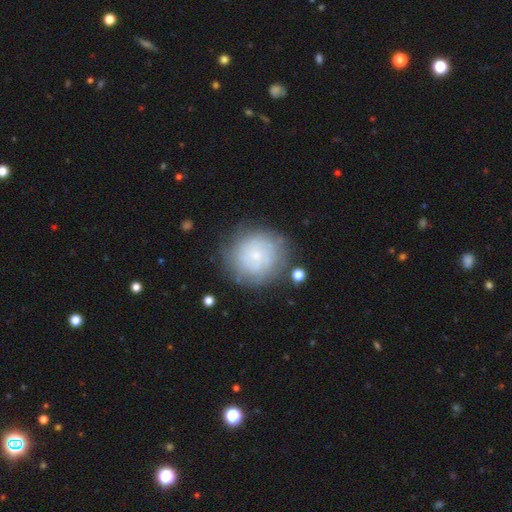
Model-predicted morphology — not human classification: This is possibly a featured or disk galaxy (49%). Merging: likely none (75%).